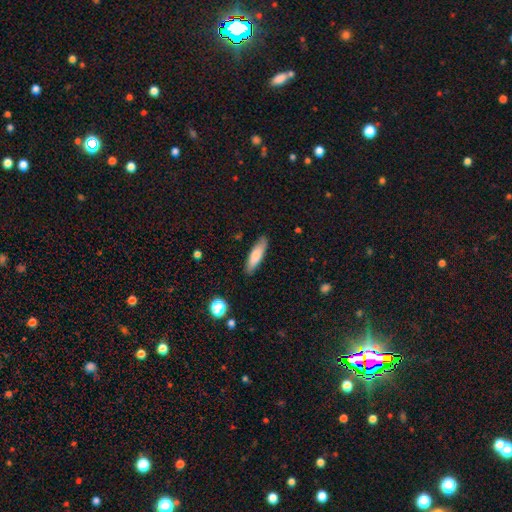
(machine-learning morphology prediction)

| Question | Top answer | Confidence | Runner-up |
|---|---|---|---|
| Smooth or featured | smooth | 79% | featured or disk (15%) |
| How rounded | cigar-shaped | 63% | in between (36%) |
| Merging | none | 86% | minor disturbance (11%) |